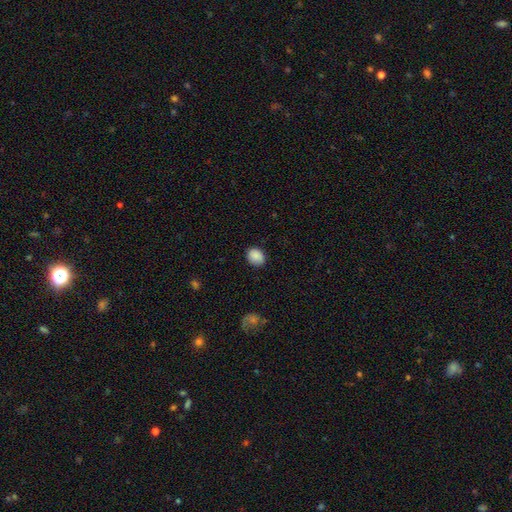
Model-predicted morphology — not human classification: Smooth or featured?
  - smooth: 85% *
  - star or artifact: 8%
  - featured or disk: 7%
How rounded?
  - round: 54% *
  - in between: 45%
  - cigar-shaped: 1%
Merging?
  - none: 81% *
  - minor disturbance: 15%
  - major disturbance: 3%
  - merger: 1%